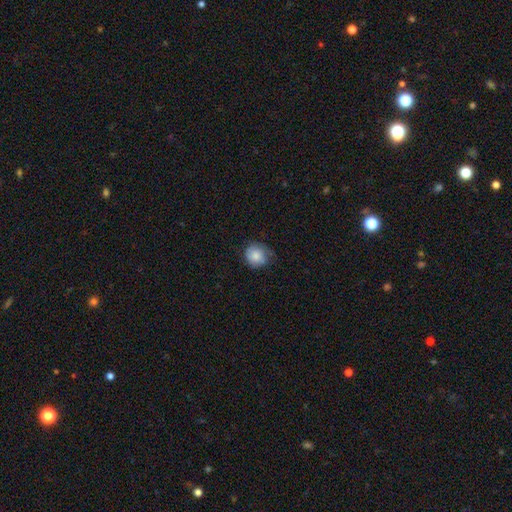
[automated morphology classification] Overall: smooth (81%). How rounded: round (86%). Merging: none (59%; minor disturbance 31%).